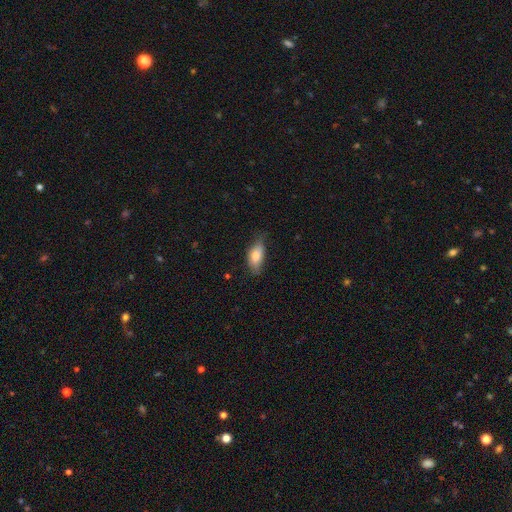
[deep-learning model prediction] A smooth galaxy with no disk features (75%) that is in between round and cigar-shaped (85%).

Vote fractions:
- Smooth or featured? smooth: 75% / featured or disk: 18% / star or artifact: 7%
- How rounded? in between: 85% / cigar-shaped: 11% / round: 4%
- Merging? none: 59% / minor disturbance: 33% / major disturbance: 7% / merger: 2%